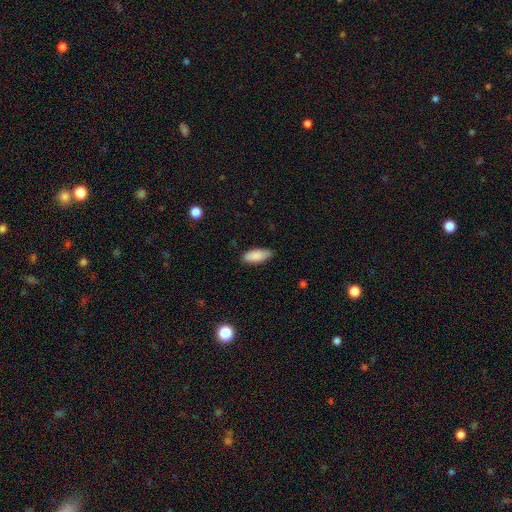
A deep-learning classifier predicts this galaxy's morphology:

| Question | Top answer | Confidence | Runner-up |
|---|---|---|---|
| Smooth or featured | smooth | 88% | star or artifact (6%) |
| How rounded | in between | 80% | cigar-shaped (18%) |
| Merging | none | 82% | minor disturbance (15%) |